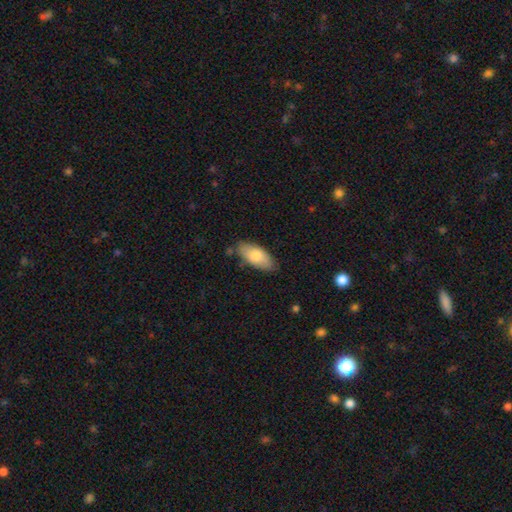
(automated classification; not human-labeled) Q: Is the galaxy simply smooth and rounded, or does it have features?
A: smooth — 77%.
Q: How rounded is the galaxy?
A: in between — 88%.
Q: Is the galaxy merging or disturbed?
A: none — 77%.